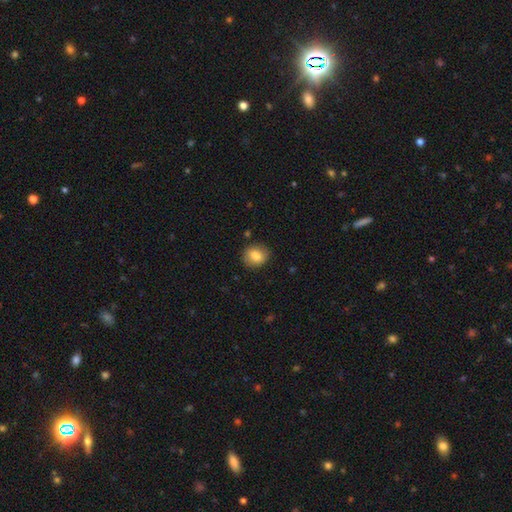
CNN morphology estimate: smooth_or_featured: smooth (p=0.81) [alt: featured or disk p=0.11]
how_rounded: round (p=0.65) [alt: in between p=0.34]
merging: none (p=0.86) [alt: minor disturbance p=0.10]